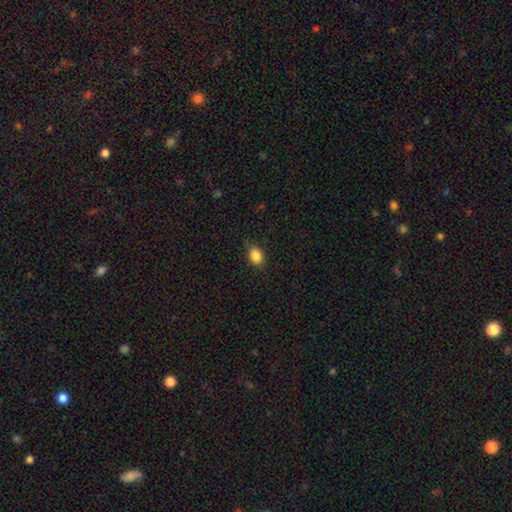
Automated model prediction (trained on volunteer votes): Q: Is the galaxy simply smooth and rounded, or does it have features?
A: smooth — 85%.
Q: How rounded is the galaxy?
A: in between — 55%.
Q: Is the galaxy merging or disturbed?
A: none — 78%.